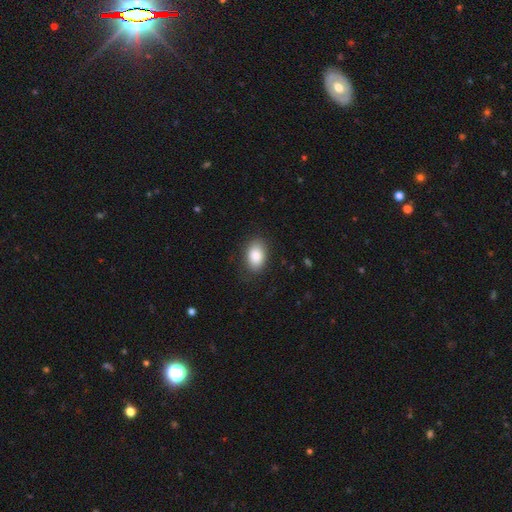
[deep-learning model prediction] smooth 87%, star or artifact 7%, featured or disk 6%. Down the decision tree: how rounded — in between (87%); merging — none (82%).